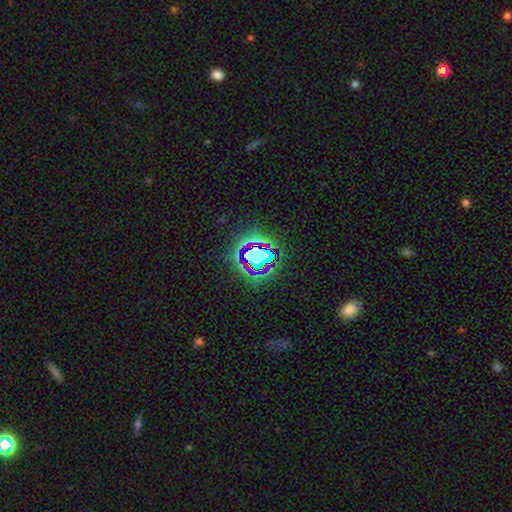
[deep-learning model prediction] This appears to be a star or artifact, not a galaxy (63%).